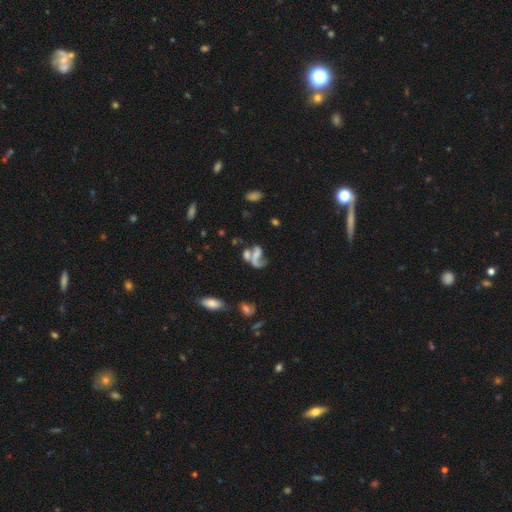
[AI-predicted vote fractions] featured or disk 54%, smooth 31%, star or artifact 14%. Down the decision tree: edge-on disk — no (95%); bar — no (63%); spiral arms — yes (62%); bulge size — none (53%); merging — merger (42%).